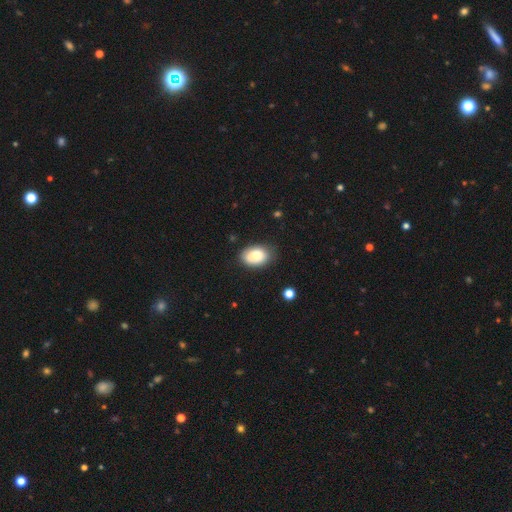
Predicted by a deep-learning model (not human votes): The model was most divided on "merging": none: 80%, minor disturbance: 16%, major disturbance: 3%, merger: 1%. More confident: how rounded — in between (85%); smooth or featured — smooth (82%).